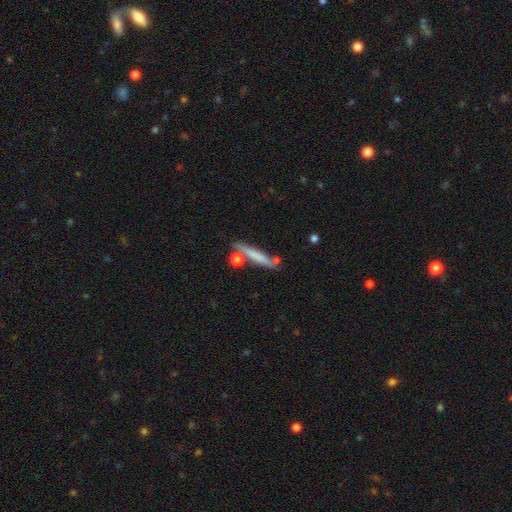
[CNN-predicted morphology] Smooth or featured? Predicted: smooth (p=0.62). How rounded? Predicted: cigar-shaped (p=0.91). Merging? Predicted: none (p=0.71).